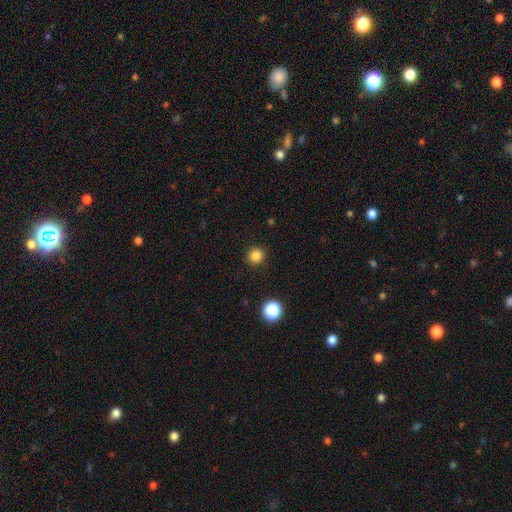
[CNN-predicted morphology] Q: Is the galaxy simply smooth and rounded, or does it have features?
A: smooth — 84%.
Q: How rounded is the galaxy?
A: round — 93%.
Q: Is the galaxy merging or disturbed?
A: none — 92%.